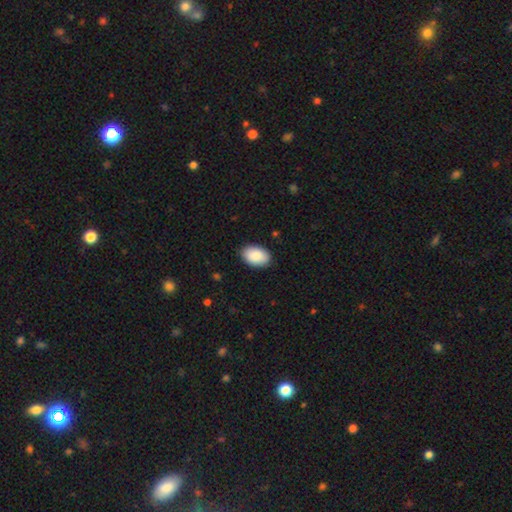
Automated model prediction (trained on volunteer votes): A smooth galaxy with no disk features (89%) that is in between round and cigar-shaped (92%).

Vote fractions:
- Smooth or featured? smooth: 89% / star or artifact: 6% / featured or disk: 6%
- How rounded? in between: 92% / round: 7% / cigar-shaped: 1%
- Merging? none: 88% / minor disturbance: 10% / major disturbance: 2% / merger: 1%